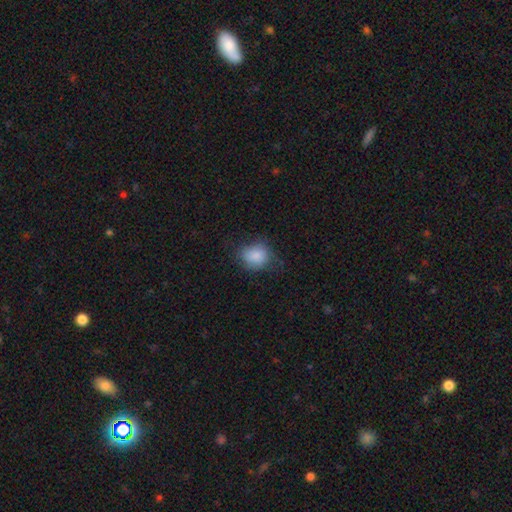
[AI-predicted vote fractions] This is clearly a smooth galaxy (82%). How rounded: likely round (65%). Merging: possibly none (60%).